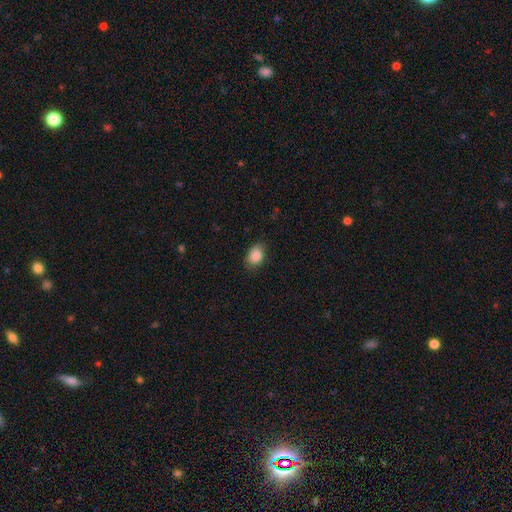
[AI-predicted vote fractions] smooth_or_featured: smooth (p=0.88) [alt: star or artifact p=0.08]
how_rounded: in between (p=0.76) [alt: round p=0.23]
merging: none (p=0.77) [alt: minor disturbance p=0.18]